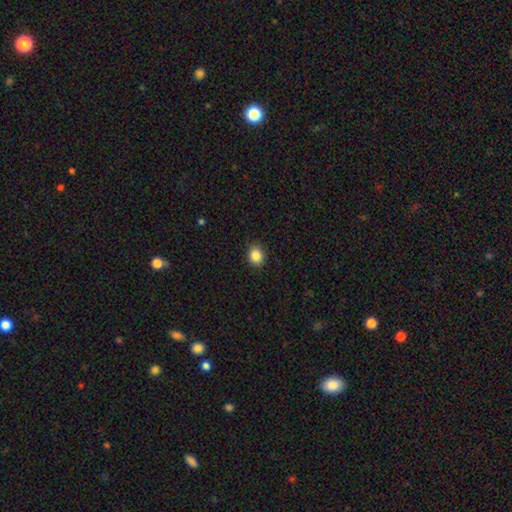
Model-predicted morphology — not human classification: Overall: smooth (87%). How rounded: round (63%; in between 36%). Merging: none (90%).